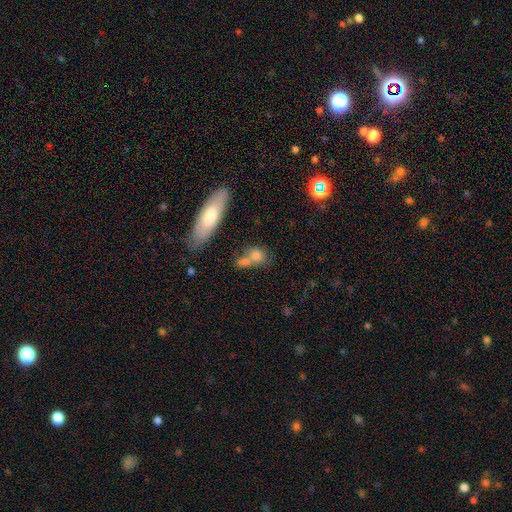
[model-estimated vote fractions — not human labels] Smooth or featured? smooth (77%)
How rounded? in between (50%)
Merging? merger (42%)